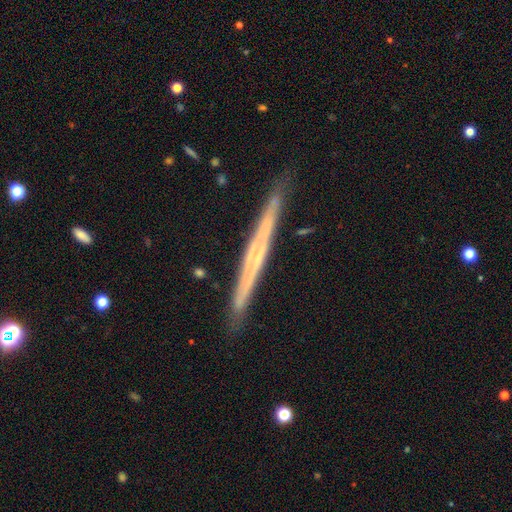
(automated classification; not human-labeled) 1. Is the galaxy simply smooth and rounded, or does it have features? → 65% featured or disk, 29% smooth, 6% star or artifact.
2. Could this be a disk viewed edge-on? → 97% yes, 3% no.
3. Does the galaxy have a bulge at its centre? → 73% none, 20% rounded, 7% boxy.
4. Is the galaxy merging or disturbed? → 88% none, 9% minor disturbance, 1% major disturbance, 1% merger.